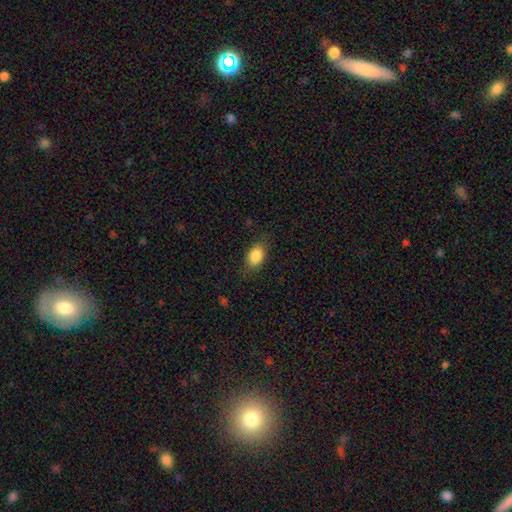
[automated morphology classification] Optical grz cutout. It shows a smooth galaxy with no disk features (87%) that is in between round and cigar-shaped (85%). Merging: none (81%).